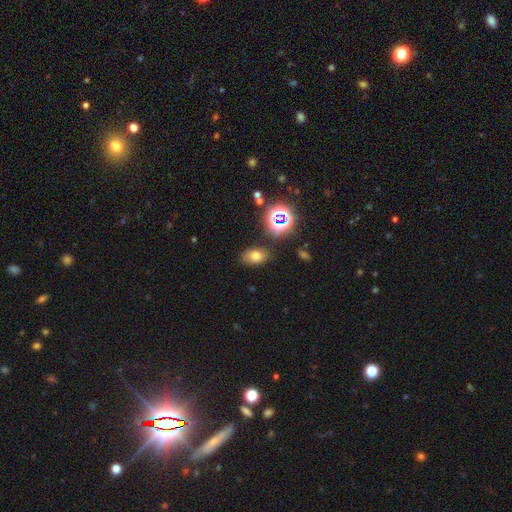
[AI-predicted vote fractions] smooth-or-featured: smooth: 67% | star or artifact: 22% | featured or disk: 11%
  how-rounded: in between: 82% | round: 16% | cigar-shaped: 1%
  merging: none: 79% | minor disturbance: 13% | merger: 4% | major disturbance: 4%